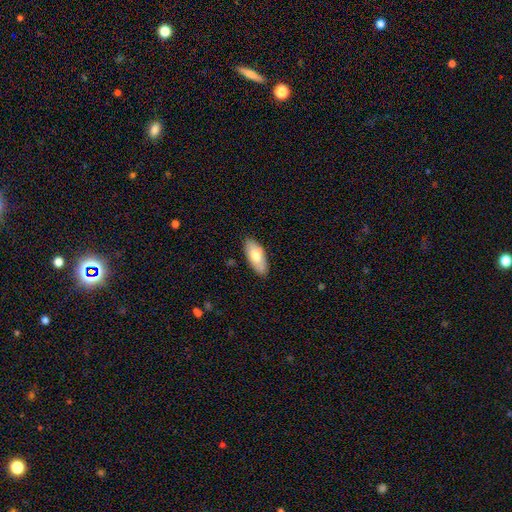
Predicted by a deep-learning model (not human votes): smooth_or_featured: smooth (p=0.72) [alt: featured or disk p=0.22]
how_rounded: in between (p=0.88) [alt: cigar-shaped p=0.10]
merging: none (p=0.85) [alt: minor disturbance p=0.11]